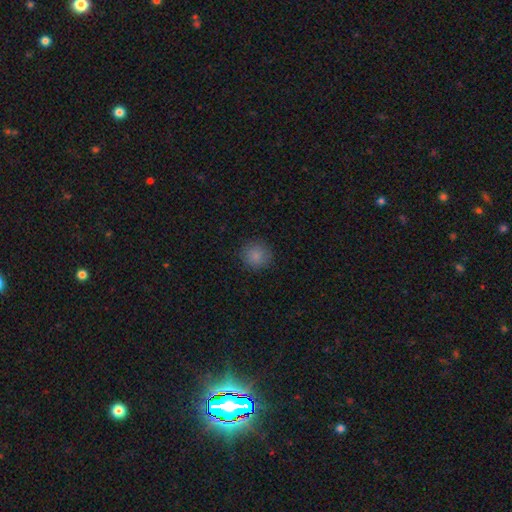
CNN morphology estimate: The model was most divided on "smooth or featured": smooth: 85%, star or artifact: 10%, featured or disk: 5%. More confident: how rounded — round (92%); merging — none (89%).